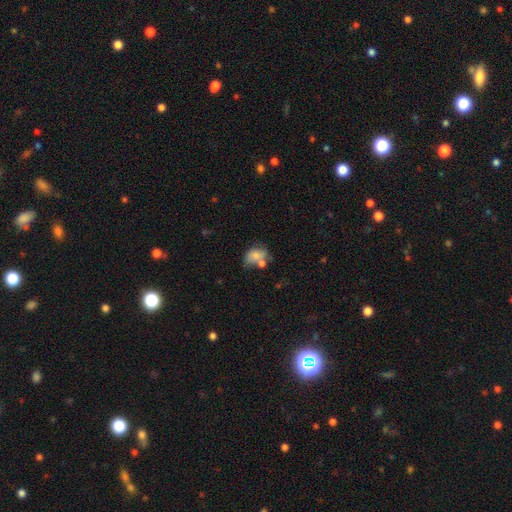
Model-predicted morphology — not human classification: This is likely a smooth galaxy (69%). How rounded: likely in between (73%). Merging: marginally none (34%, tied with merger).